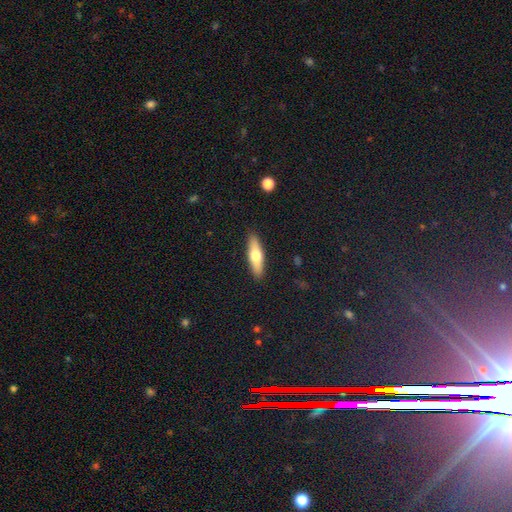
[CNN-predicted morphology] This is possibly a smooth galaxy (58%). How rounded: likely cigar-shaped (63%). Merging: clearly none (90%).